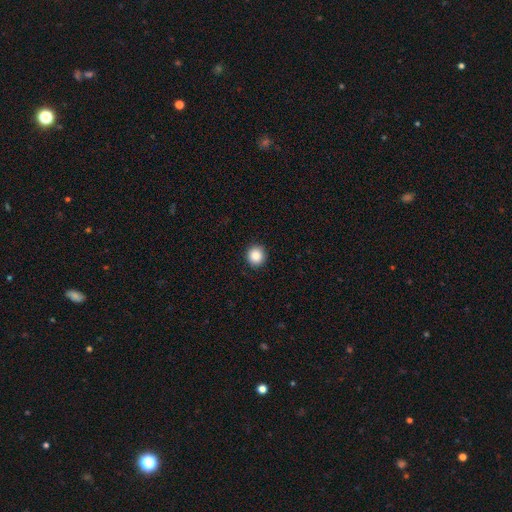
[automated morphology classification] A smooth galaxy with no disk features (88%) that is round (92%). Merging: none (92%).